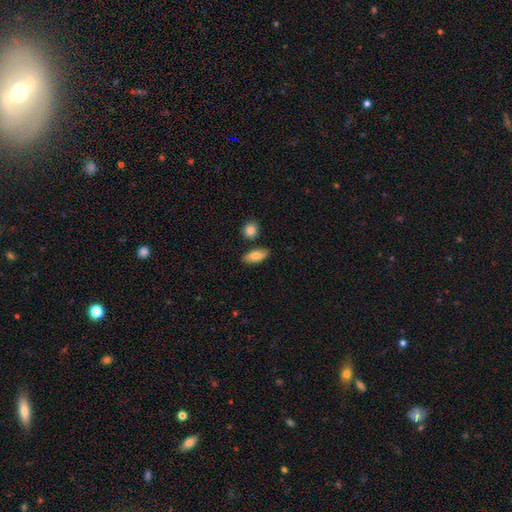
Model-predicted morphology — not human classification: smooth-or-featured: smooth: 82% | featured or disk: 11% | star or artifact: 7%
  how-rounded: in between: 84% | cigar-shaped: 12% | round: 4%
  merging: none: 80% | minor disturbance: 12% | merger: 5% | major disturbance: 3%